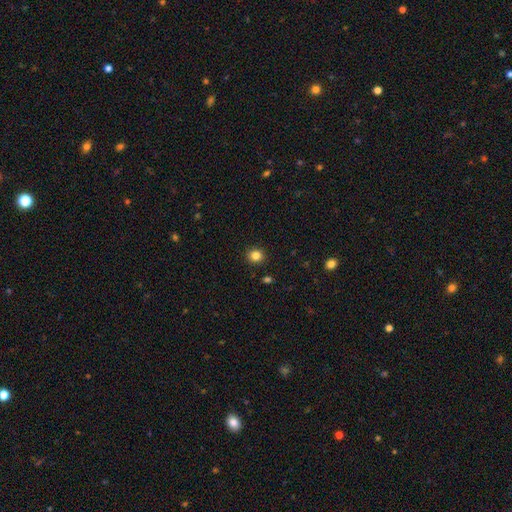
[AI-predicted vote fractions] smooth_or_featured: smooth (p=0.83) [alt: star or artifact p=0.12]
how_rounded: round (p=0.84) [alt: in between p=0.15]
merging: none (p=0.92) [alt: minor disturbance p=0.05]